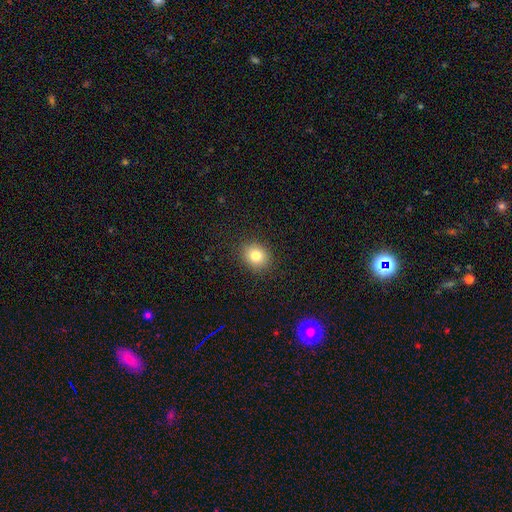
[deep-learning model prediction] A smooth galaxy with no disk features (80%) that is round (65%). Merging: none (88%).